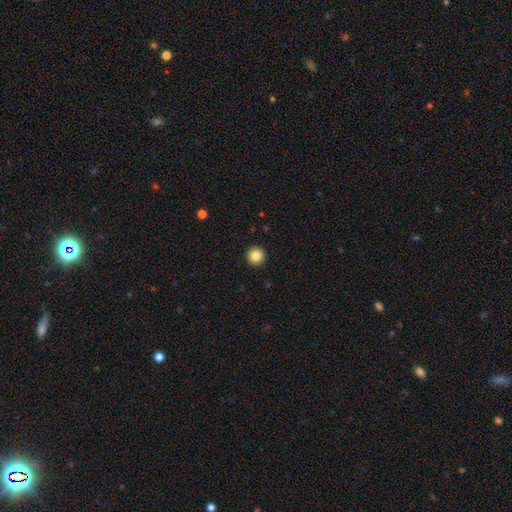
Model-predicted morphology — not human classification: type=smooth (85%); roundness=round (96%); merging=none (94%).